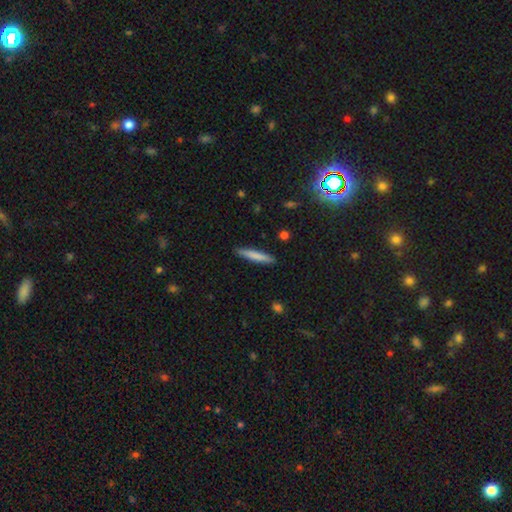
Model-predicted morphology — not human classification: A smooth galaxy with no disk features (77%) that is cigar-shaped (92%). Merging: none (89%).